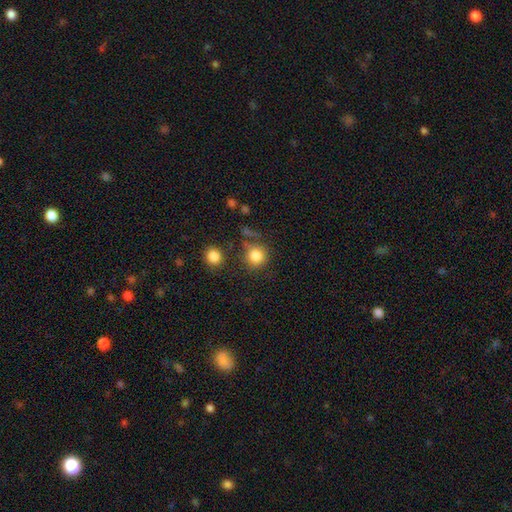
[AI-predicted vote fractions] smooth_or_featured: smooth (p=0.83) [alt: star or artifact p=0.11]
how_rounded: round (p=0.90) [alt: in between p=0.09]
merging: none (p=0.74) [alt: minor disturbance p=0.12]